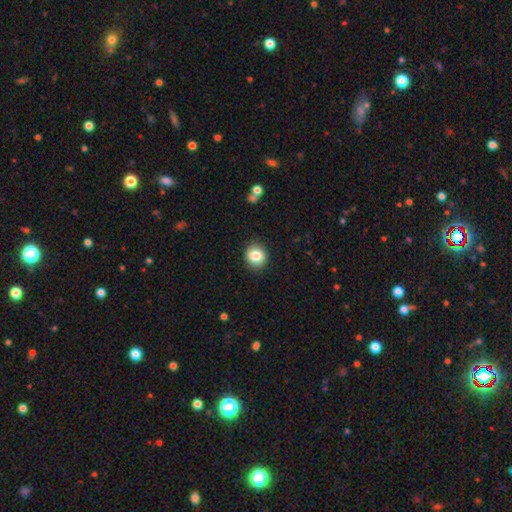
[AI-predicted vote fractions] This appears to be a smooth galaxy with no disk features (83%) that is round (87%). Merging: none (90%).